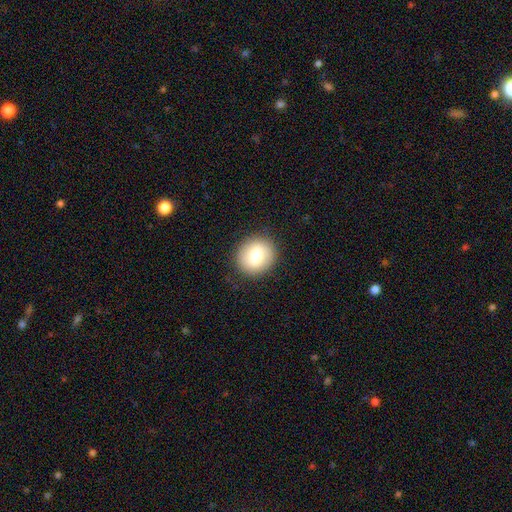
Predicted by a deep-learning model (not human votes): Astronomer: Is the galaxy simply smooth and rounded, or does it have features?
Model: smooth — 76%.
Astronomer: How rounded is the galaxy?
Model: round — 82%.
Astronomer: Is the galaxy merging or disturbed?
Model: none — 89%.